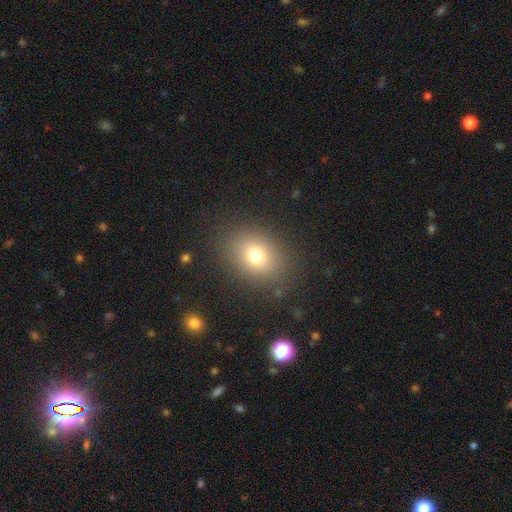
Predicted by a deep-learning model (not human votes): Morphology: type=smooth (73%); roundness=in between (51%); merging=none (85%).